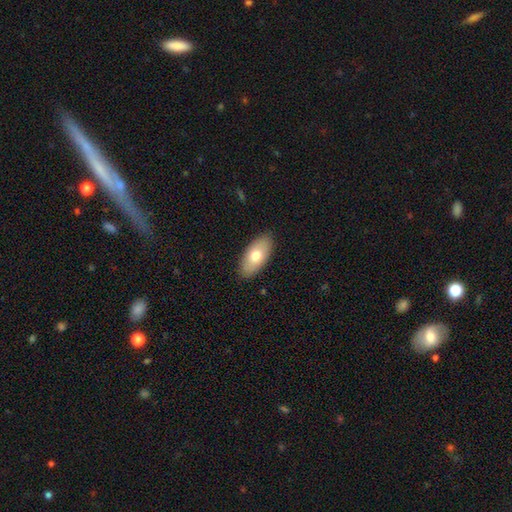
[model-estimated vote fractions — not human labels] smooth_or_featured: smooth (p=0.71) [alt: featured or disk p=0.23]
how_rounded: in between (p=0.91) [alt: cigar-shaped p=0.06]
merging: none (p=0.88) [alt: minor disturbance p=0.09]